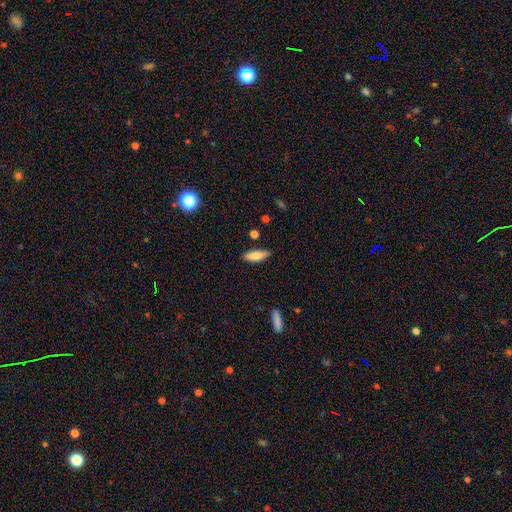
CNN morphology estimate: This appears to be a smooth galaxy with no disk features (78%) that is in between round and cigar-shaped (49%, tied with cigar-shaped). Merging: none (86%).